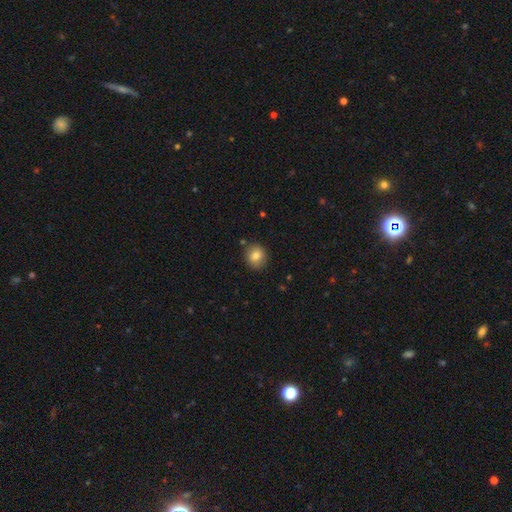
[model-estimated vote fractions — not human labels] smooth 82%, star or artifact 9%, featured or disk 8%. Down the decision tree: how rounded — round (80%); merging — none (85%).